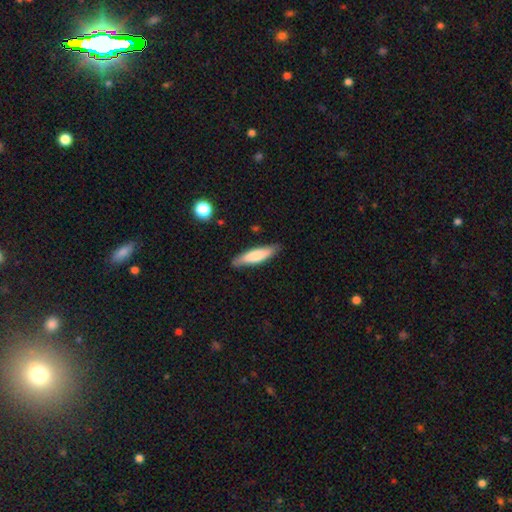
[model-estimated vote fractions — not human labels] Smooth or featured? Predicted: smooth (p=0.74). How rounded? Predicted: cigar-shaped (p=0.74). Merging? Predicted: none (p=0.84).